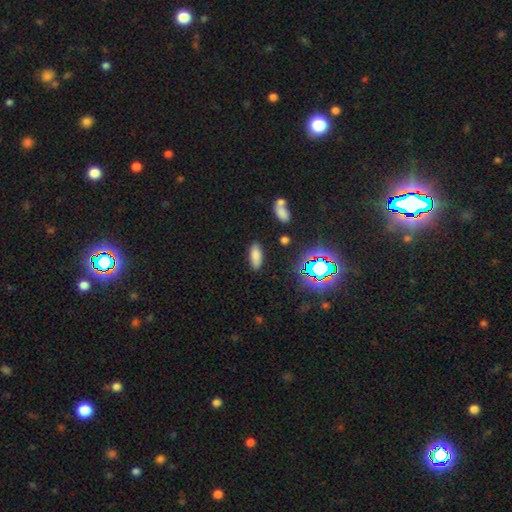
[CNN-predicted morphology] A smooth galaxy with no disk features (79%) that is in between round and cigar-shaped (80%). Merging: none (86%).